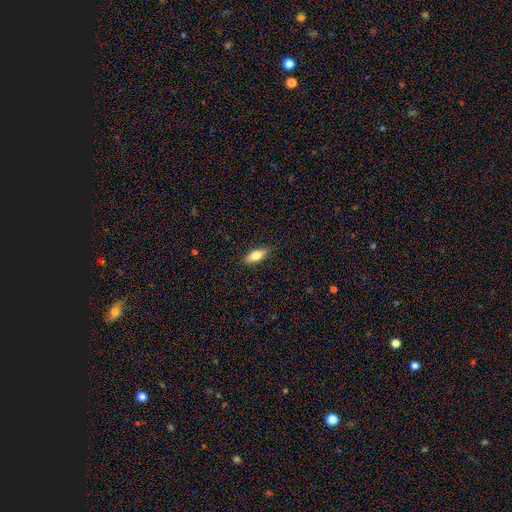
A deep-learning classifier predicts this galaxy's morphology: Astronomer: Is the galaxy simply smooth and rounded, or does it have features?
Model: smooth — 68%.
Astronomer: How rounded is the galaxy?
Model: in between — 70%.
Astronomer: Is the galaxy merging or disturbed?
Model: none — 87%.